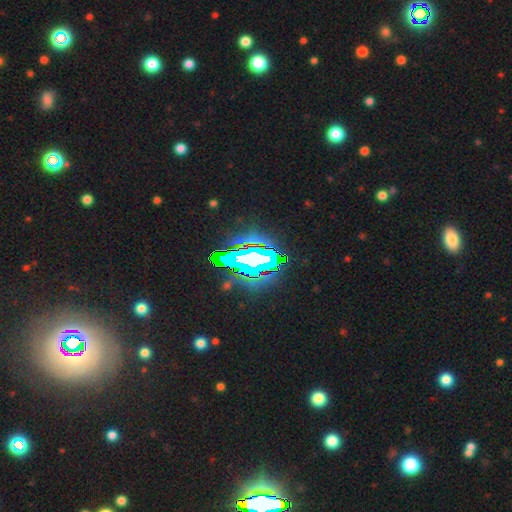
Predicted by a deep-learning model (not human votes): Smooth or featured? star or artifact (72%)